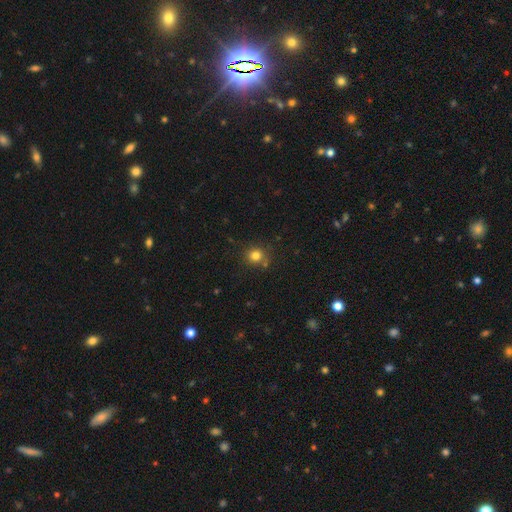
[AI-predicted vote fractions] smooth-or-featured: smooth: 80% | star or artifact: 14% | featured or disk: 6%
  how-rounded: round: 87% | in between: 12% | cigar-shaped: 1%
  merging: none: 79% | minor disturbance: 11% | merger: 7% | major disturbance: 3%